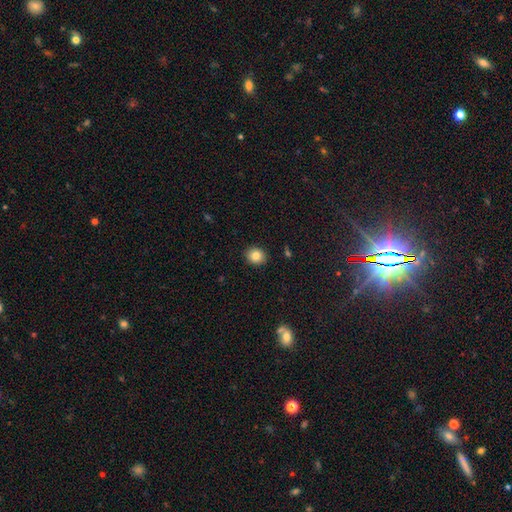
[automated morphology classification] A smooth galaxy with no disk features (83%) that is round (68%). Merging: none (90%).